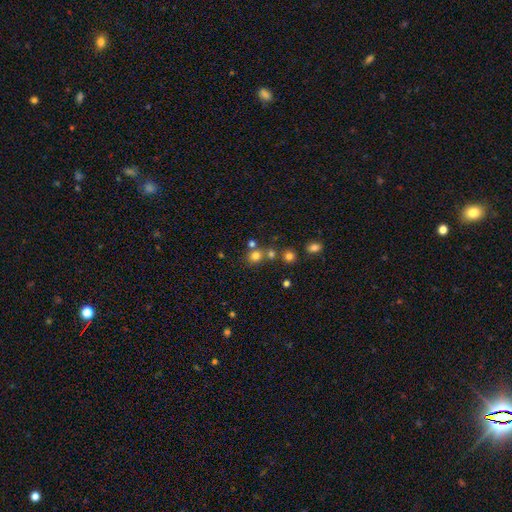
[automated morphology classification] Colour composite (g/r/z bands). It shows a smooth galaxy with no disk features (73%) that is round (82%). Merging: none (64%).